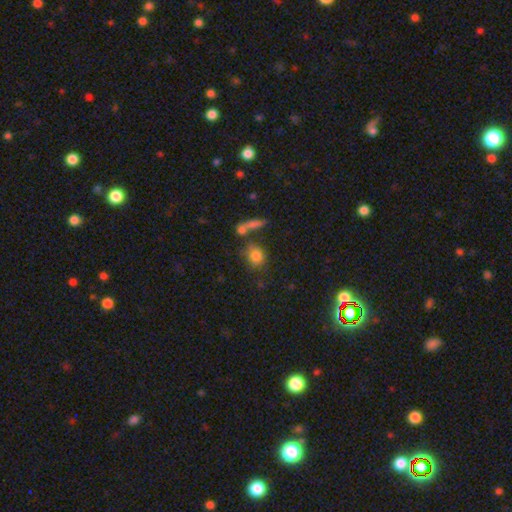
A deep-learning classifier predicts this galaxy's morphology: Q: Smooth or featured?
A: smooth (79%); runner-up: star or artifact (10%)
Q: How rounded?
A: round (60%); runner-up: in between (37%)
Q: Merging?
A: none (56%); runner-up: merger (21%)